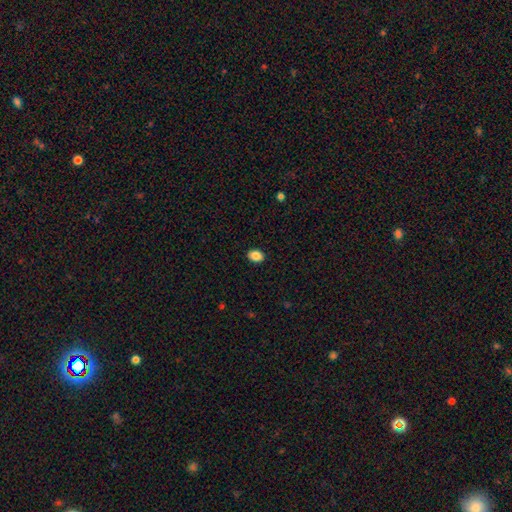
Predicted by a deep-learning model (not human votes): Overall: smooth (88%). How rounded: in between (72%). Merging: none (91%).